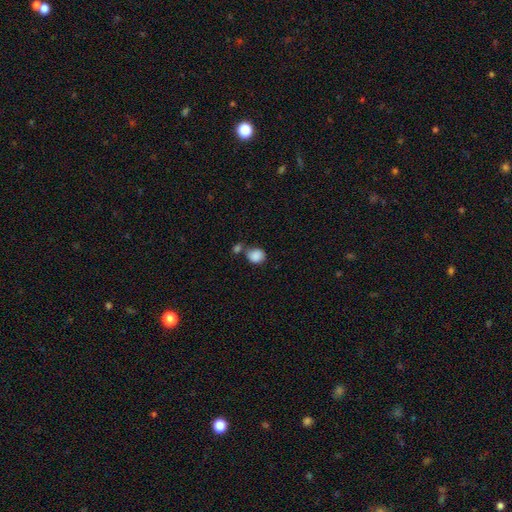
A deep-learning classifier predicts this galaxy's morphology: Smooth or featured? Predicted: smooth (p=0.88). How rounded? Predicted: round (p=0.68). Merging? Predicted: none (p=0.54).